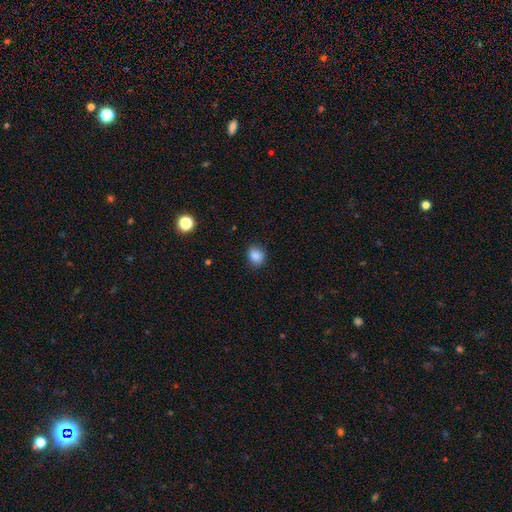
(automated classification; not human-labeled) A smooth galaxy with no disk features (86%) that is round (62%).

Vote fractions:
- Smooth or featured? smooth: 86% / star or artifact: 10% / featured or disk: 4%
- How rounded? round: 62% / in between: 37% / cigar-shaped: 1%
- Merging? none: 84% / minor disturbance: 12% / major disturbance: 3% / merger: 1%